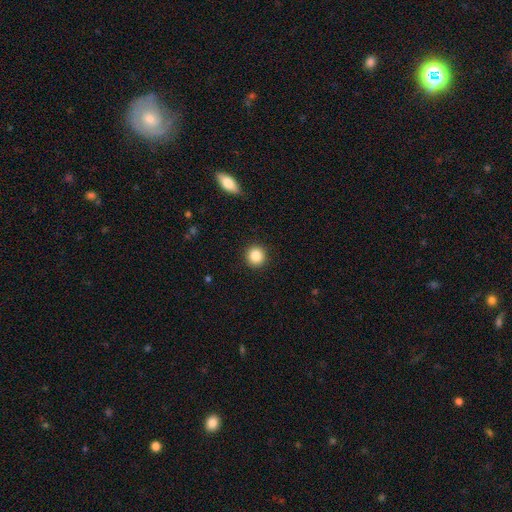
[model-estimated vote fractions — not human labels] Q: Smooth or featured?
A: smooth (85%); runner-up: star or artifact (10%)
Q: How rounded?
A: round (94%); runner-up: in between (5%)
Q: Merging?
A: none (92%); runner-up: minor disturbance (5%)